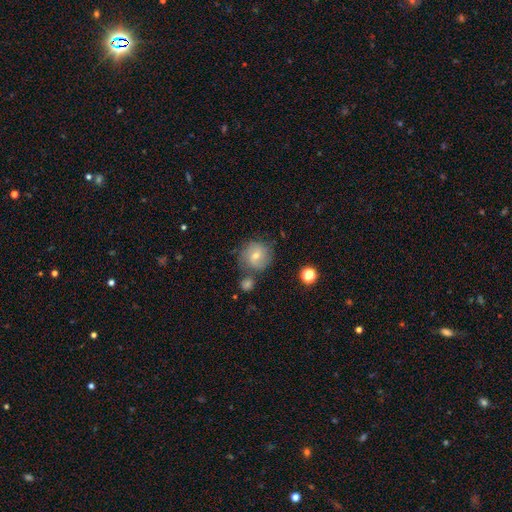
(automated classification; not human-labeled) The model was most divided on "smooth or featured": smooth: 55%, featured or disk: 35%, star or artifact: 10%. More confident: how rounded — round (90%); merging — none (68%).